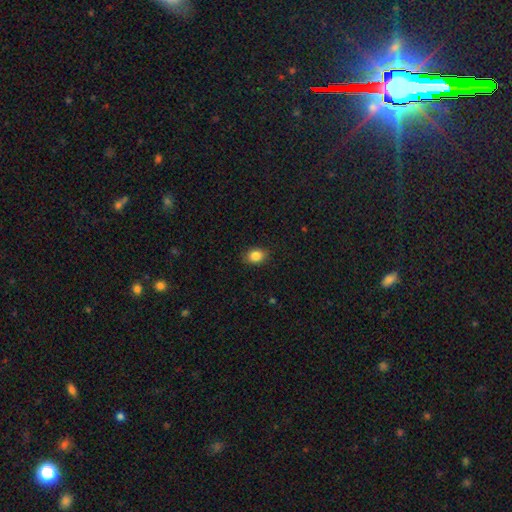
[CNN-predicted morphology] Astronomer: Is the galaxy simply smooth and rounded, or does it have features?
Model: smooth — 85%.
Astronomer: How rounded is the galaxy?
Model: in between — 66%.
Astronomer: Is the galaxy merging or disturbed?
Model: none — 88%.